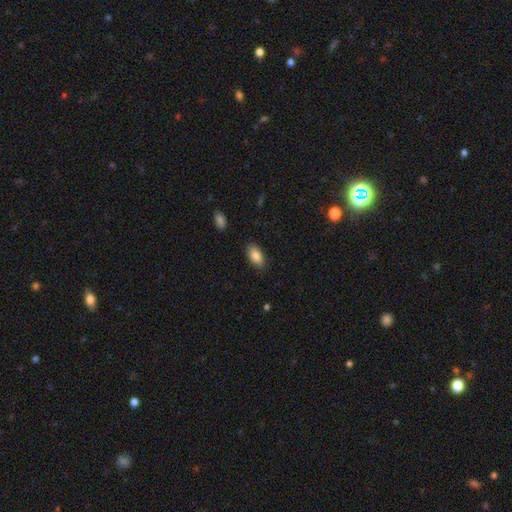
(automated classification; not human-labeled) This is clearly a smooth galaxy (86%). How rounded: clearly in between (92%). Merging: clearly none (86%).